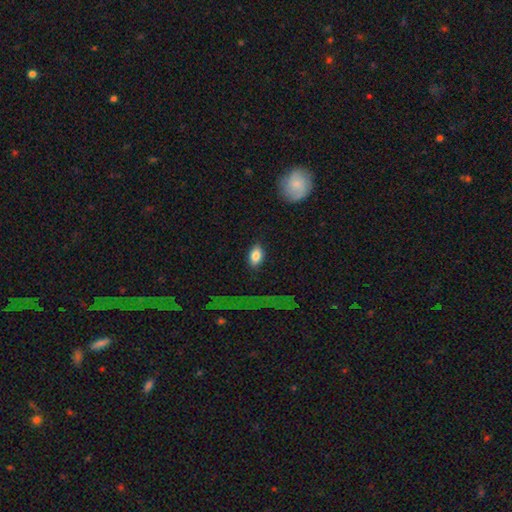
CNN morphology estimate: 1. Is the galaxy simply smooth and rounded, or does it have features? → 82% smooth, 10% featured or disk, 8% star or artifact.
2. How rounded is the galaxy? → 90% in between, 8% round, 3% cigar-shaped.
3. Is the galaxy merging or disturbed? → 85% none, 11% minor disturbance, 3% major disturbance, 2% merger.